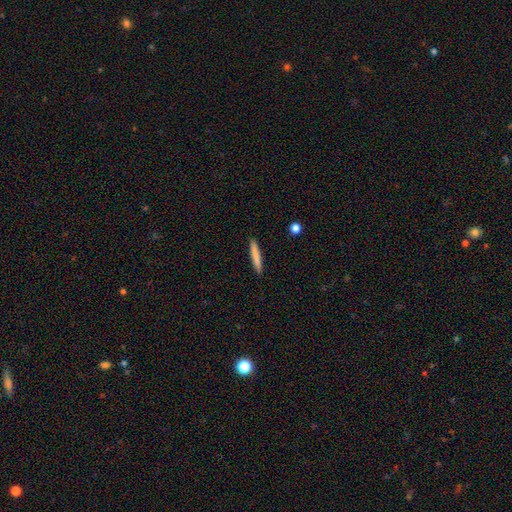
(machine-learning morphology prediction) type=smooth (79%); roundness=cigar-shaped (95%); merging=none (91%).